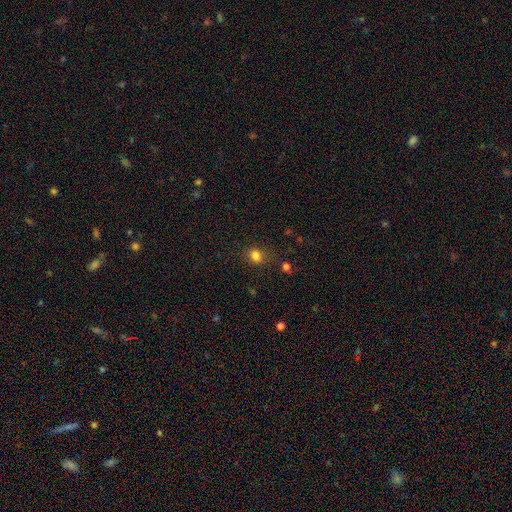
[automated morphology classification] A smooth galaxy with no disk features (80%) that is round (61%). Merging: none (78%).